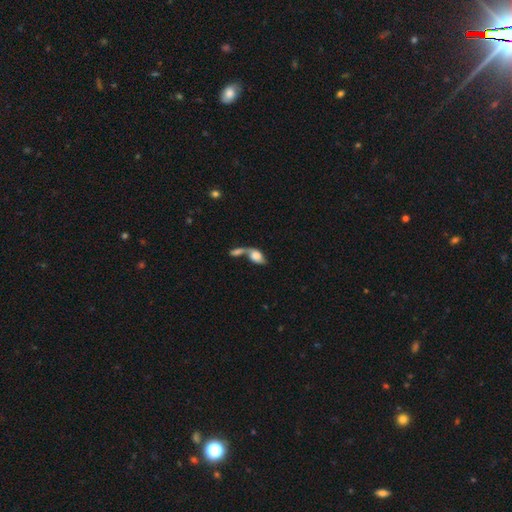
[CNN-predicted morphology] This appears to be a smooth galaxy with no disk features (59%) that is in between round and cigar-shaped (83%). Merging: merger (68%).